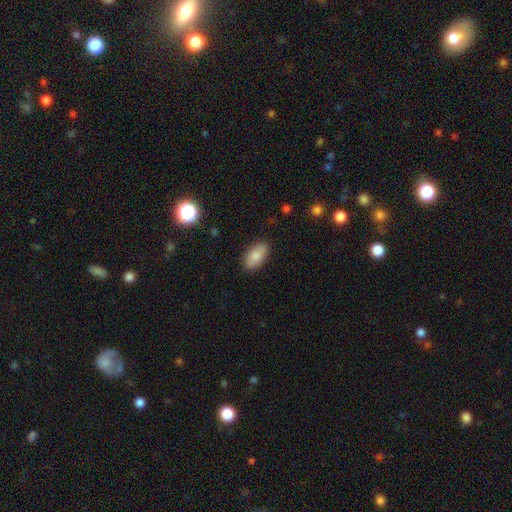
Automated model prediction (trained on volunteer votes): Morphology: type=smooth (79%); roundness=in between (92%); merging=none (84%).